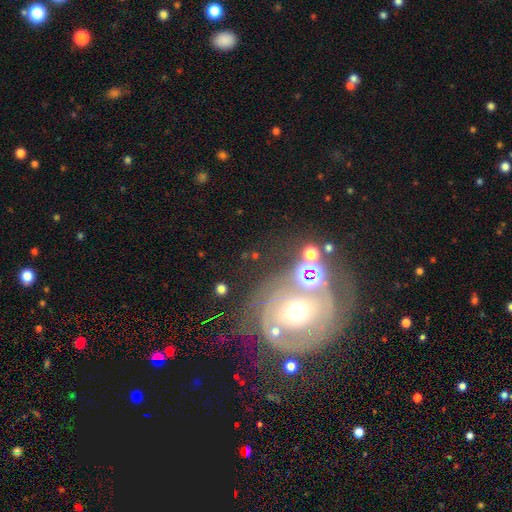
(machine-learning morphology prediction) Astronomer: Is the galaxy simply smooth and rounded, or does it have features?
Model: featured or disk — 66%.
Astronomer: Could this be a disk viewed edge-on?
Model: no — 95%.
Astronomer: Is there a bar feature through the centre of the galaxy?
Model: no — 66%.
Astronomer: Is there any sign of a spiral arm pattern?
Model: yes — 70%.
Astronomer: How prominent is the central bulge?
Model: moderate — 59%.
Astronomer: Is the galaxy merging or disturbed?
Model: none — 52%.